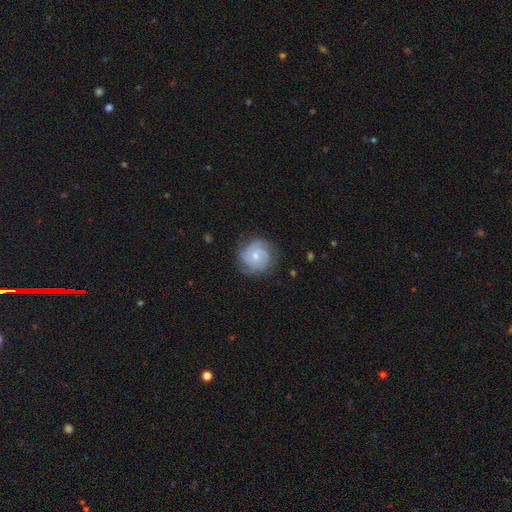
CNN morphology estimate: Smooth or featured: featured or disk — 79% (smooth — 15%)
Edge-on disk: no — 98% (yes — 2%)
Bar: no — 63% (weak — 32%)
Spiral arms: yes — 96% (no — 4%)
Spiral winding: tight — 63% (medium — 31%)
Spiral arm count: 3 — 35% (2 — 31%)
Bulge size: small — 54% (moderate — 41%)
Merging: none — 78% (minor disturbance — 16%)